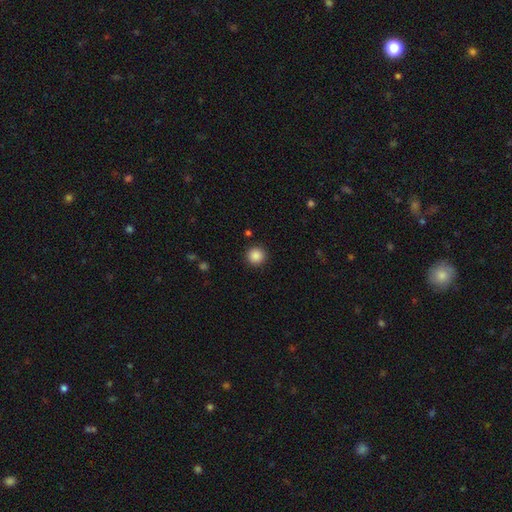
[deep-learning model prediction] Smooth or featured? smooth (88%)
How rounded? round (95%)
Merging? none (92%)